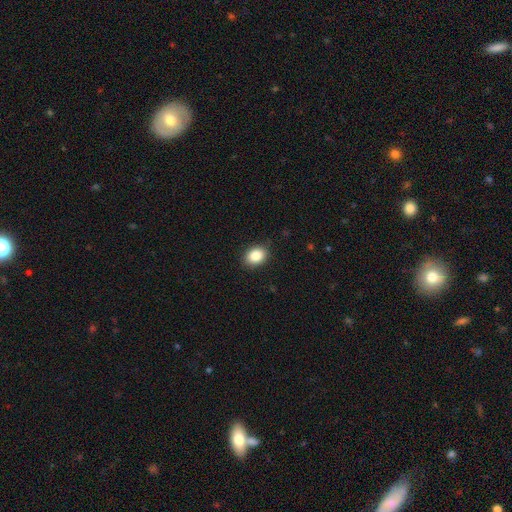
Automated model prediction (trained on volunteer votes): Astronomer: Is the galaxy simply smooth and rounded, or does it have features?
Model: smooth — 86%.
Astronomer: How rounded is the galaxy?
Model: in between — 66%.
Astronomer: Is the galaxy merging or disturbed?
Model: none — 88%.